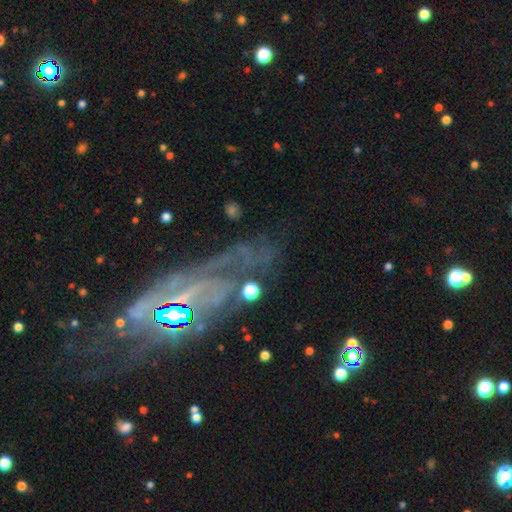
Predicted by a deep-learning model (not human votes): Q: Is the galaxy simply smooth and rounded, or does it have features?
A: featured or disk — 53%.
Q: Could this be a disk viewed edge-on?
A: no — 80%.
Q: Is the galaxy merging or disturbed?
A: none — 62%.